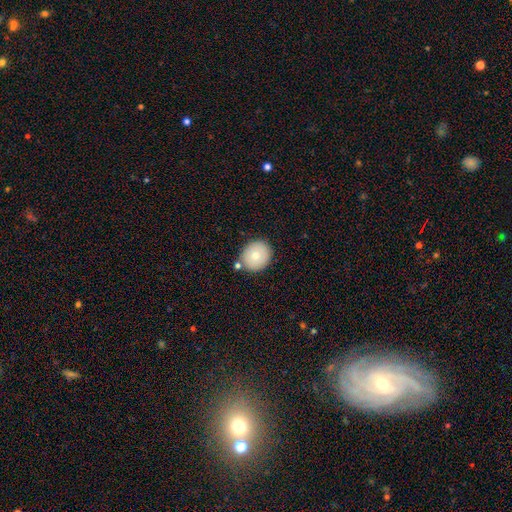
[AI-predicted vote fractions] A smooth galaxy with no disk features (78%) that is round (74%).

Vote fractions:
- Smooth or featured? smooth: 78% / featured or disk: 15% / star or artifact: 8%
- How rounded? round: 74% / in between: 25% / cigar-shaped: 1%
- Merging? none: 81% / minor disturbance: 11% / merger: 6% / major disturbance: 2%